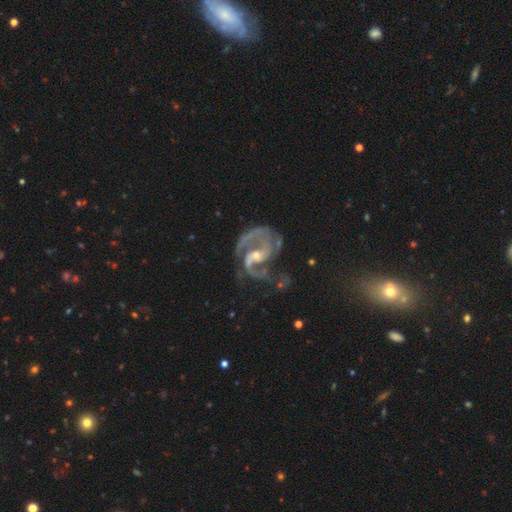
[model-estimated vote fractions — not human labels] smooth-or-featured: featured or disk: 91% | star or artifact: 6% | smooth: 4%
  disk-edge-on: no: 98% | yes: 2%
    bar: weak: 45% | no: 39% | strong: 16%
    has-spiral-arms: yes: 97% | no: 3%
      spiral-winding: medium: 57% | loose: 22% | tight: 21%
      spiral-arm-count: 2: 73% | 3: 10% | can't tell: 6% | 1: 6% | 4: 3% | more than 4: 3%
    bulge-size: small: 61% | moderate: 33% | none: 3% | large: 2% | dominant: 1%
  merging: none: 42% | major disturbance: 31% | minor disturbance: 21% | merger: 6%